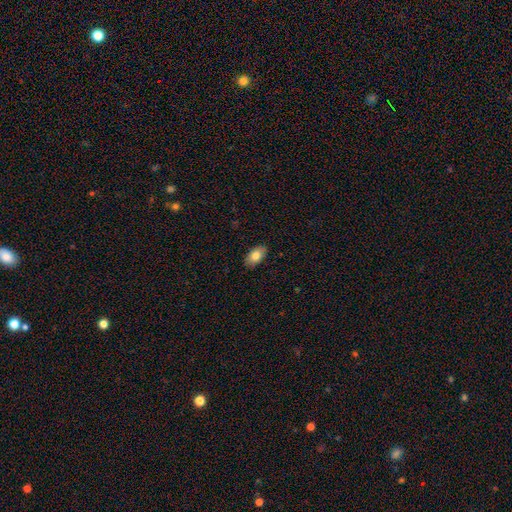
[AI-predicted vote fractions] A smooth galaxy with no disk features (80%) that is in between round and cigar-shaped (93%). Merging: none (87%).